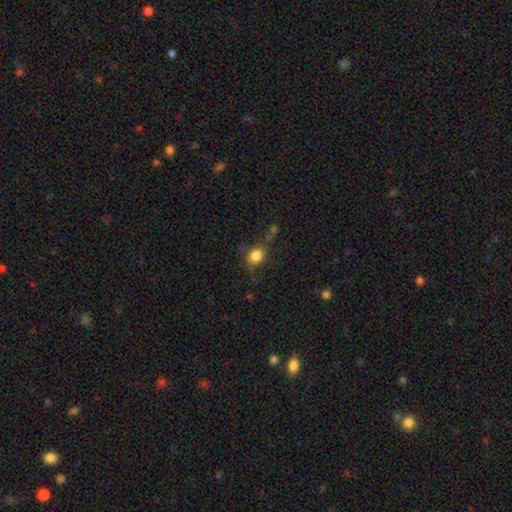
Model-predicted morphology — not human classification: This appears to be a smooth galaxy with no disk features (83%) that is in between round and cigar-shaped (55%). Merging: none (66%).